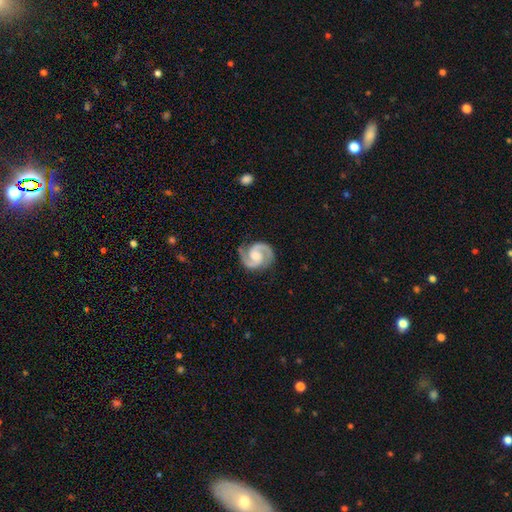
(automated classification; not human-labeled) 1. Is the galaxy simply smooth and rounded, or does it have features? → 93% featured or disk, 4% star or artifact, 4% smooth.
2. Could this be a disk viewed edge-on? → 98% no, 2% yes.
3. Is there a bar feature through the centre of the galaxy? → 50% no, 40% weak, 11% strong.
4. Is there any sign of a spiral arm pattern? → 99% yes, 1% no.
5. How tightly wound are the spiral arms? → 54% medium, 38% tight, 8% loose.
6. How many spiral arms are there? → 94% 2, 1% can't tell, 1% 3, 1% 1, 1% 4, 1% more than 4.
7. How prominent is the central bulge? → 49% moderate, 27% small, 14% none, 8% large, 2% dominant.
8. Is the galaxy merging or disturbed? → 84% none, 12% minor disturbance, 3% major disturbance, 1% merger.